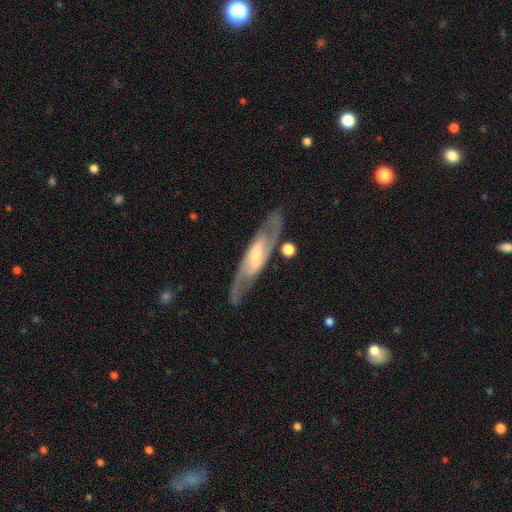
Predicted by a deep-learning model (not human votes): Smooth or featured: featured or disk — 82% (smooth — 13%)
Edge-on disk: no — 77% (yes — 23%)
Bar: strong — 41% (tied with weak — 41%)
Spiral arms: yes — 92% (no — 8%)
Spiral winding: medium — 52% (loose — 26%)
Spiral arm count: 2 — 87% (can't tell — 8%)
Bulge size: small — 35% (moderate — 31%)
Merging: none — 76% (minor disturbance — 14%)